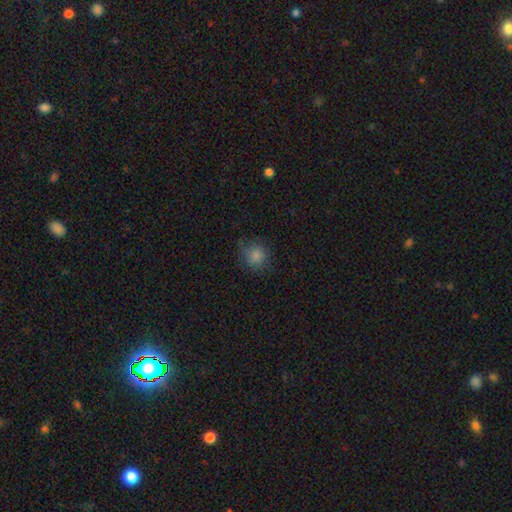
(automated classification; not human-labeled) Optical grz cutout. It shows a smooth galaxy with no disk features (82%) that is round (85%). Merging: none (75%).